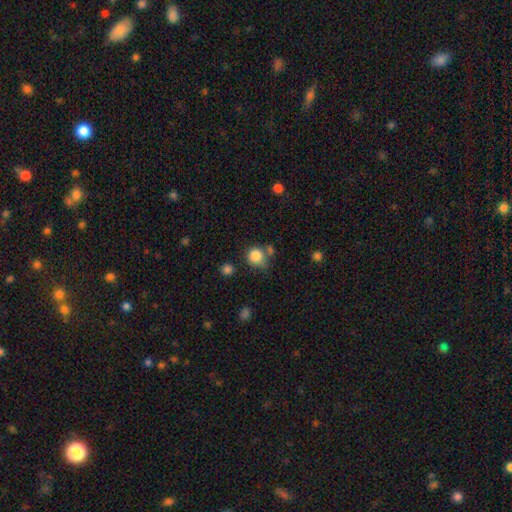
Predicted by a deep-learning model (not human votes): This appears to be a smooth galaxy with no disk features (84%) that is round (87%). Merging: none (59%).